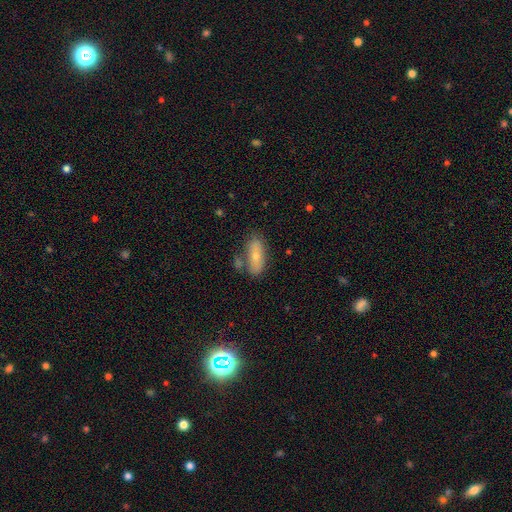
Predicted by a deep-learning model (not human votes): Overall: smooth (65%; featured or disk 27%). How rounded: in between (76%). Merging: none (70%).